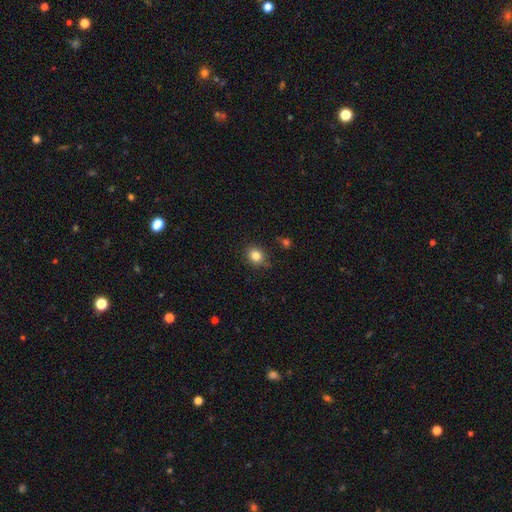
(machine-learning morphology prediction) A smooth galaxy with no disk features (83%) that is round (66%).

Vote fractions:
- Smooth or featured? smooth: 83% / star or artifact: 11% / featured or disk: 6%
- How rounded? round: 66% / in between: 33% / cigar-shaped: 1%
- Merging? none: 81% / minor disturbance: 14% / major disturbance: 3% / merger: 2%